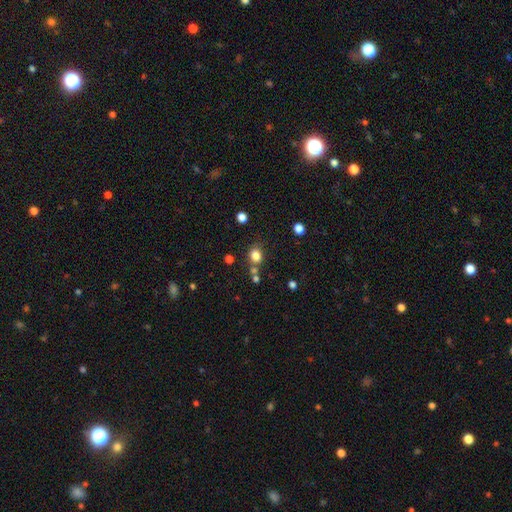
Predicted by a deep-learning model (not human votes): This is clearly a smooth galaxy (81%). How rounded: likely round (65%). Merging: likely none (68%).